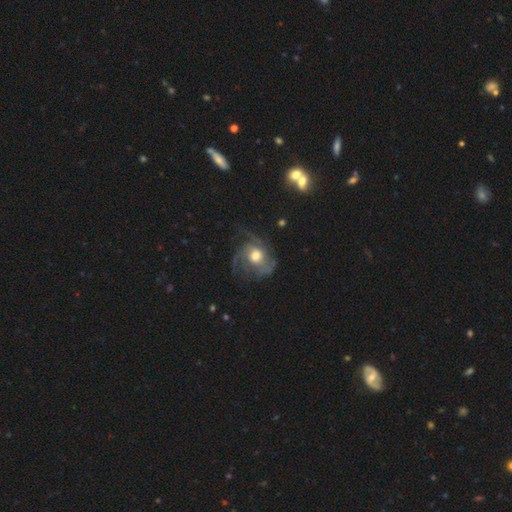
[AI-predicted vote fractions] Smooth or featured? featured or disk (79%)
Edge-on disk? no (97%)
Bar? no (76%)
Spiral arms? yes (90%)
Spiral winding? medium (45%)
Spiral arm count? 3 (31%)
Bulge size? moderate (59%)
Merging? none (54%)